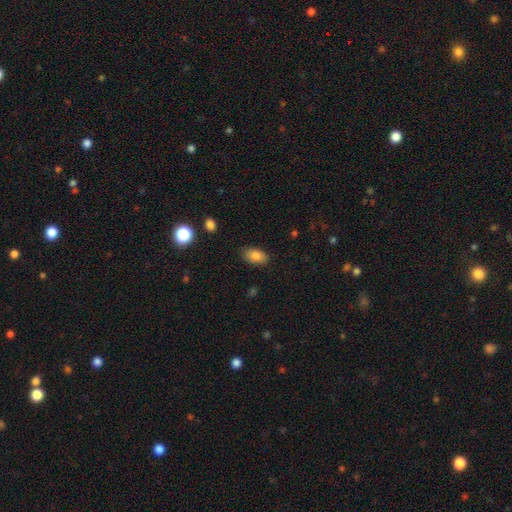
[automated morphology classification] Q: Smooth or featured?
A: smooth (84%); runner-up: star or artifact (9%)
Q: How rounded?
A: in between (91%); runner-up: round (7%)
Q: Merging?
A: none (84%); runner-up: minor disturbance (12%)